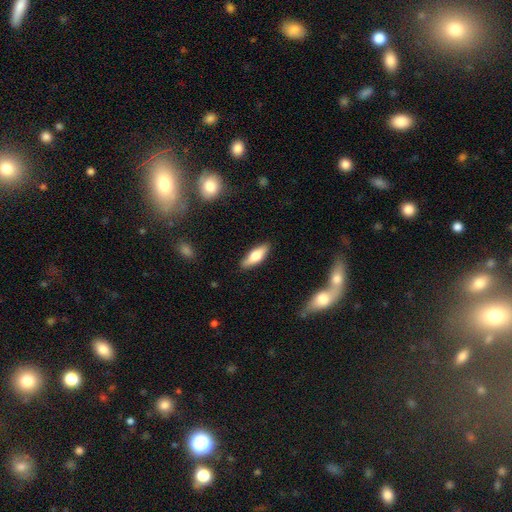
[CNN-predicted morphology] A smooth galaxy with no disk features (63%) that is in between round and cigar-shaped (62%).

Vote fractions:
- Smooth or featured? smooth: 63% / featured or disk: 31% / star or artifact: 6%
- How rounded? in between: 62% / cigar-shaped: 35% / round: 2%
- Merging? none: 87% / minor disturbance: 9% / major disturbance: 2% / merger: 1%